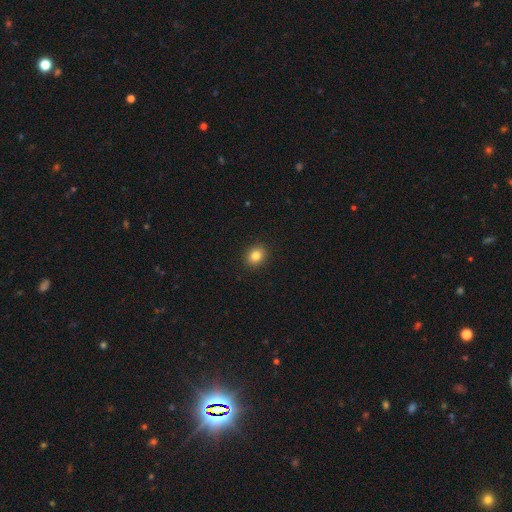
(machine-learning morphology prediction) Smooth or featured?
  - smooth: 83% *
  - star or artifact: 11%
  - featured or disk: 6%
How rounded?
  - round: 68% *
  - in between: 31%
  - cigar-shaped: 1%
Merging?
  - none: 91% *
  - minor disturbance: 6%
  - major disturbance: 2%
  - merger: 1%